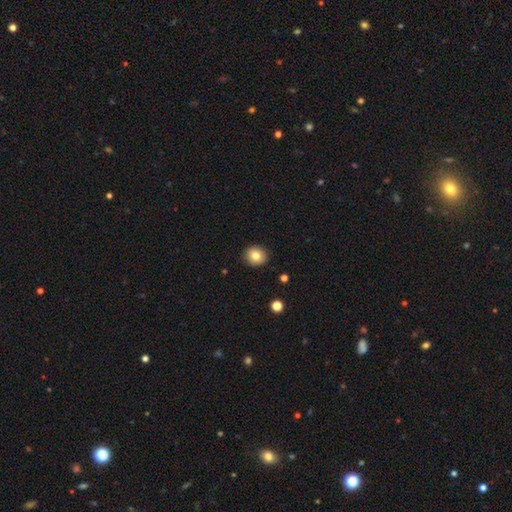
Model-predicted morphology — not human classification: type=smooth (81%); roundness=round (82%); merging=none (91%).